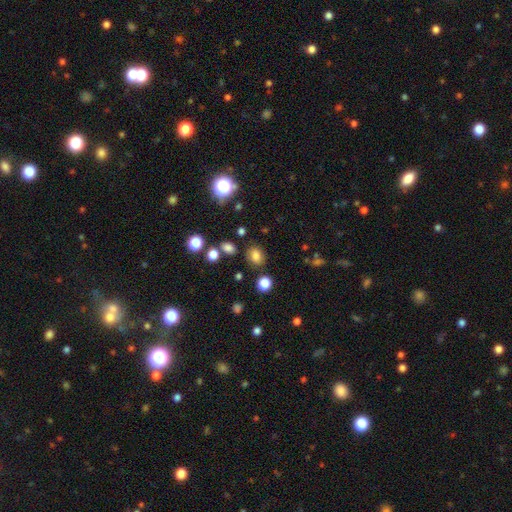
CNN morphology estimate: Q: Smooth or featured?
A: smooth (77%); runner-up: star or artifact (16%)
Q: How rounded?
A: round (51%); runner-up: in between (48%)
Q: Merging?
A: none (79%); runner-up: minor disturbance (12%)